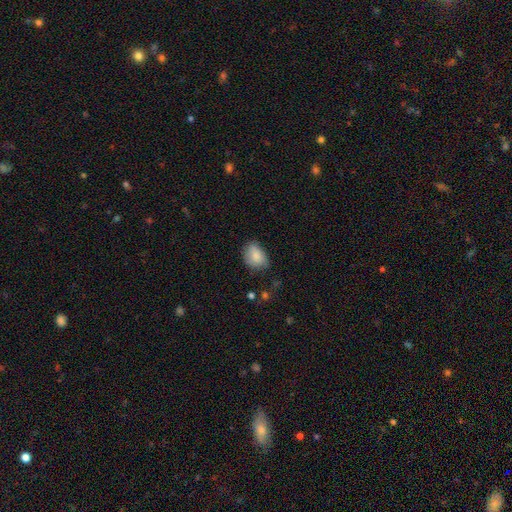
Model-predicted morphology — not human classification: Smooth or featured? smooth (84%)
How rounded? in between (75%)
Merging? none (60%)